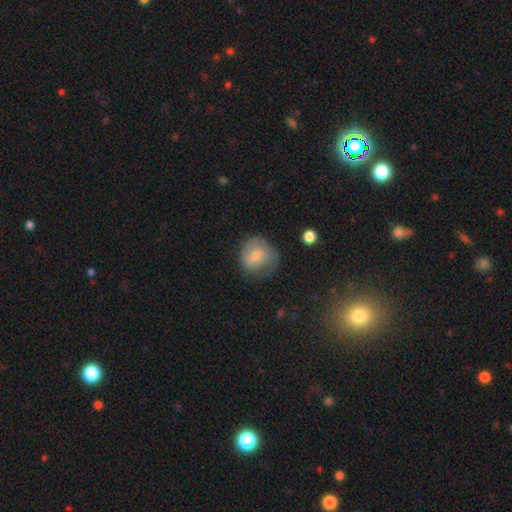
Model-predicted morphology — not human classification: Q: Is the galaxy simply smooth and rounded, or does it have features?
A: smooth — 70%.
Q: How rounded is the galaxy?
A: round — 77%.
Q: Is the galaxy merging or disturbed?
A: none — 48%.